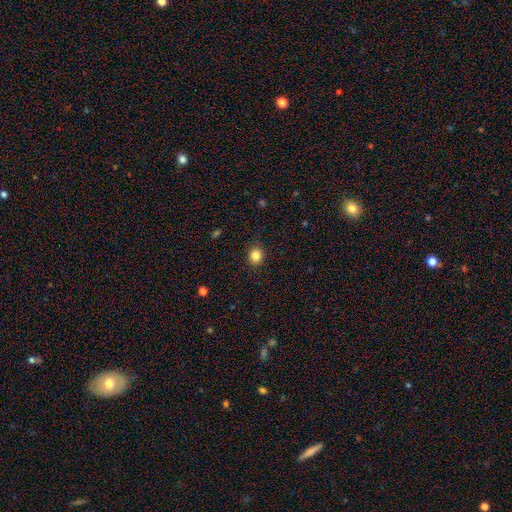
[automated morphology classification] smooth_or_featured: smooth (p=0.85) [alt: star or artifact p=0.11]
how_rounded: round (p=0.78) [alt: in between p=0.21]
merging: none (p=0.87) [alt: minor disturbance p=0.10]